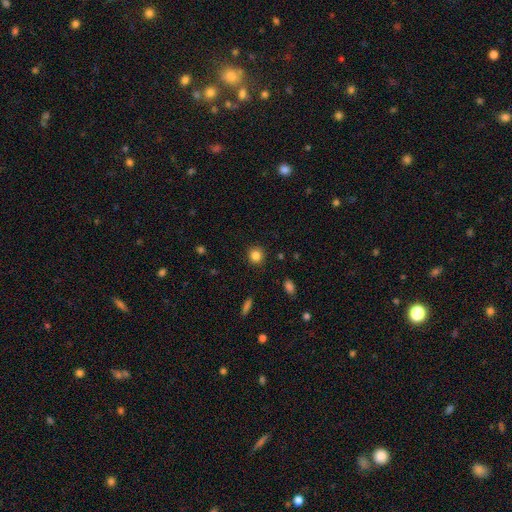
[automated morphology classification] This is clearly a smooth galaxy (84%). How rounded: clearly round (90%). Merging: clearly none (91%).